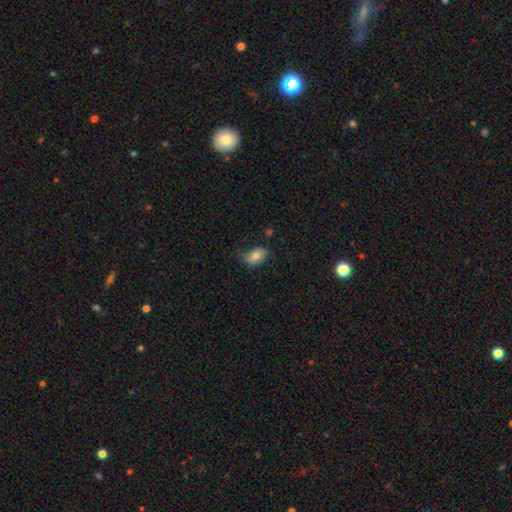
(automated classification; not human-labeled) Smooth or featured? smooth (71%)
How rounded? in between (89%)
Merging? none (62%)